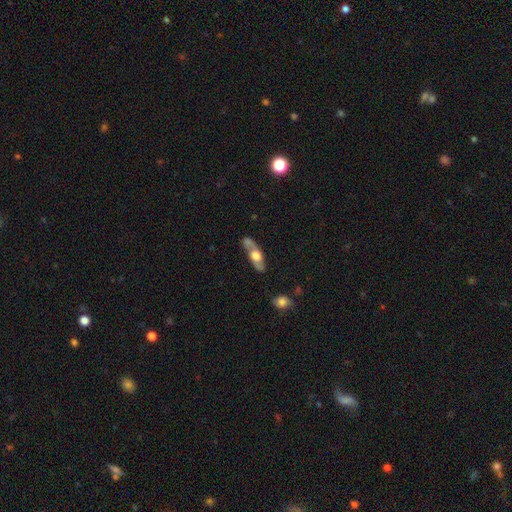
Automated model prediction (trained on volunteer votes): This appears to be a featured or disk galaxy (62%). Merging: none (66%).